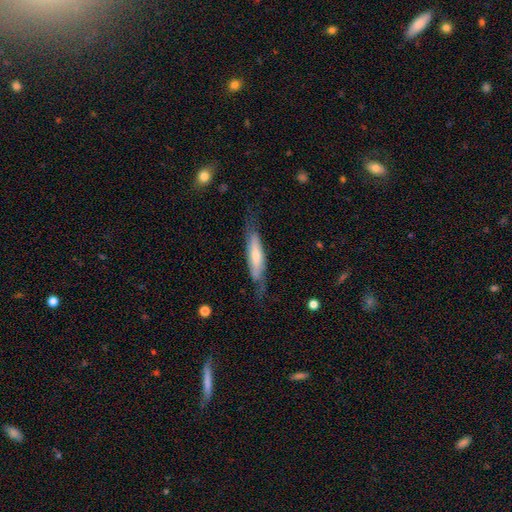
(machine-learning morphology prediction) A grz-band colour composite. It shows a featured or disk galaxy (47%, tied with smooth). Merging: none (65%).